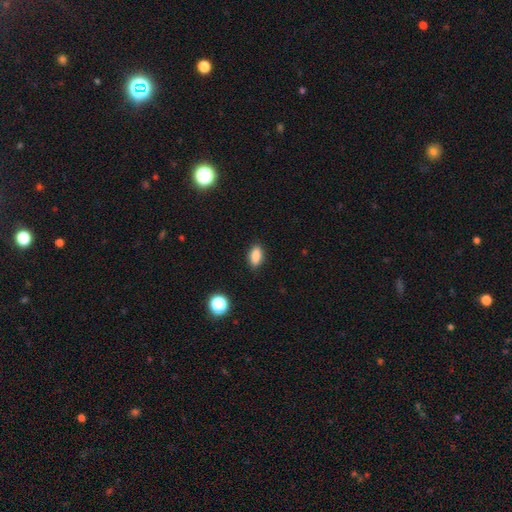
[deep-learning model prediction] This is clearly a smooth galaxy (86%). How rounded: clearly in between (87%). Merging: clearly none (86%).